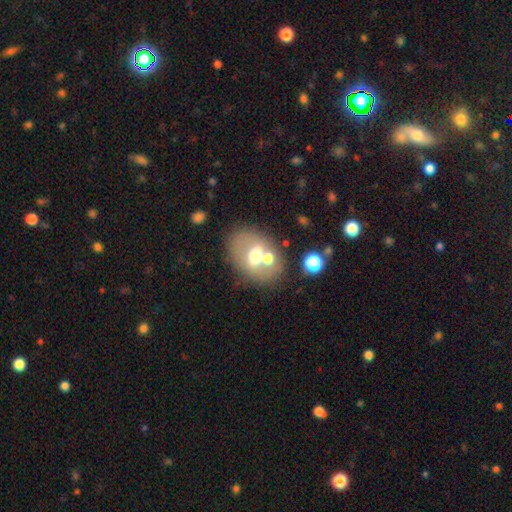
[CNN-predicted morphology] type=smooth (52%); roundness=in between (58%); merging=none (54%).